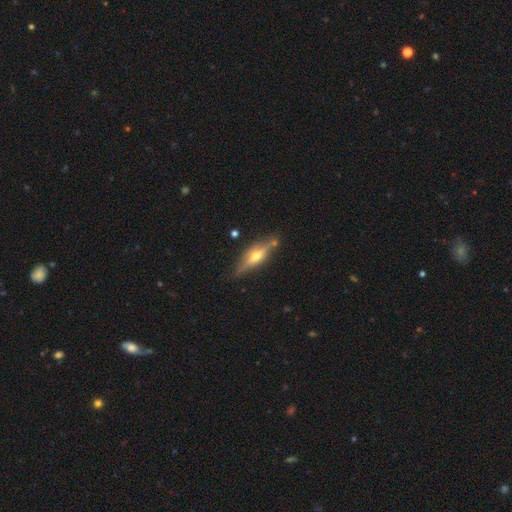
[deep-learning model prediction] A featured or disk galaxy (71%) viewed edge-on (94%) with a rounded central bulge (92%). Merging: none (82%).